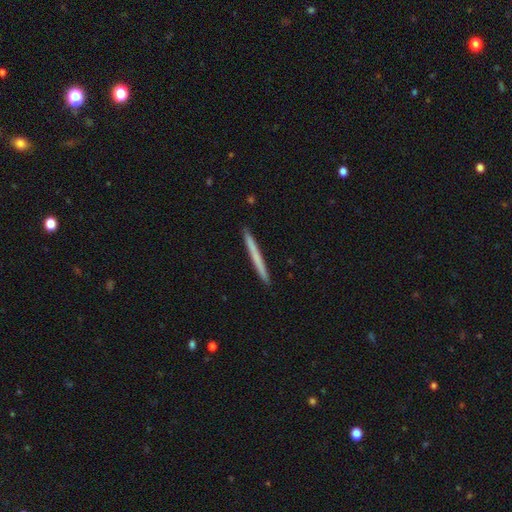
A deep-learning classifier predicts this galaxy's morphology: smooth 62%, featured or disk 33%, star or artifact 6%. Down the decision tree: how rounded — cigar-shaped (98%); merging — none (93%).